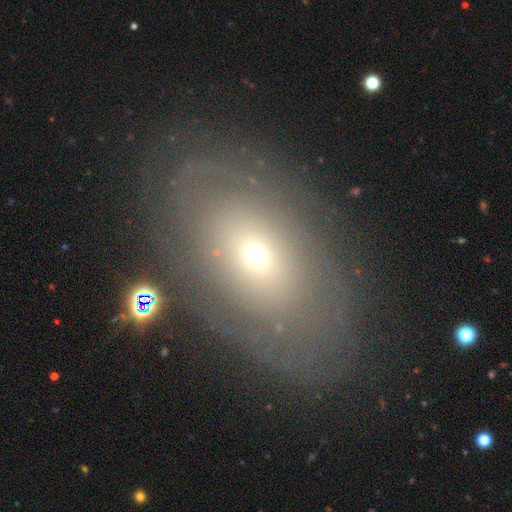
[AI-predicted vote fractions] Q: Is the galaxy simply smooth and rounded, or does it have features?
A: smooth — 46%.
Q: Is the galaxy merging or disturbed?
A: none — 60%.